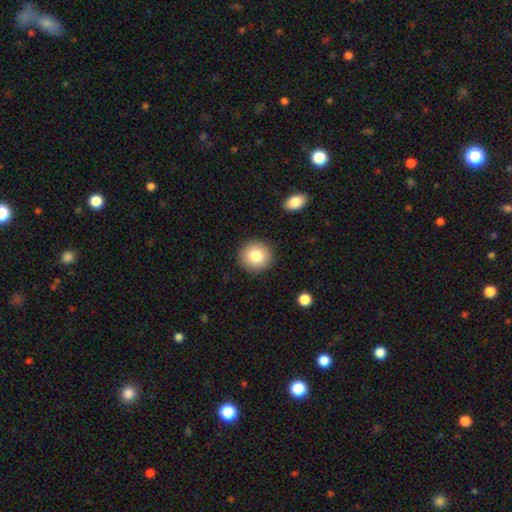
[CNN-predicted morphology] Smooth or featured? smooth (82%)
How rounded? round (93%)
Merging? none (91%)